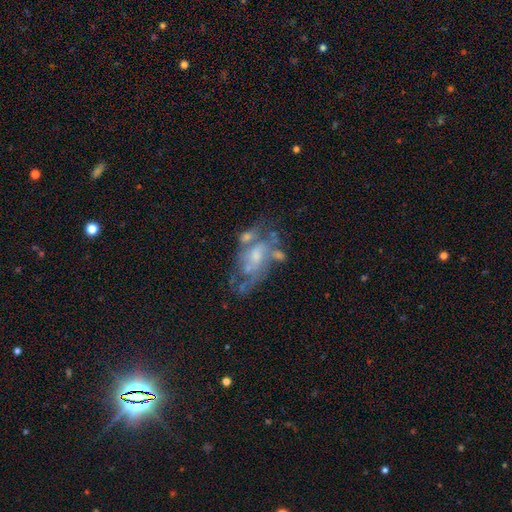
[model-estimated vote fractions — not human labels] Smooth or featured?
  - featured or disk: 73% *
  - smooth: 17%
  - star or artifact: 10%
Edge-on disk?
  - no: 94% *
  - yes: 6%
Bar?
  - no: 66% *
  - weak: 28%
  - strong: 6%
Spiral arms?
  - yes: 57% *
  - no: 43%
Bulge size?
  - small: 47% *
  - moderate: 35%
  - none: 13%
  - large: 3%
  - dominant: 1%
Merging?
  - none: 45% *
  - major disturbance: 20%
  - minor disturbance: 20%
  - merger: 15%